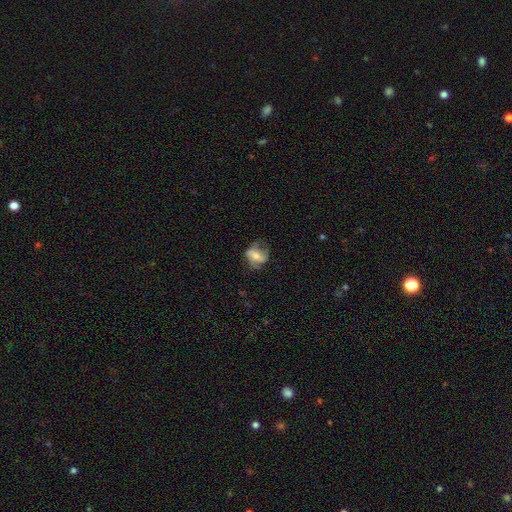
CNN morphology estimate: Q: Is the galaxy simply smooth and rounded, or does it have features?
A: featured or disk — 57%.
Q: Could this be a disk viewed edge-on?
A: no — 94%.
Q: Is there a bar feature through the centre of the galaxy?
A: no — 35%.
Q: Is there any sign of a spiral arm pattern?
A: yes — 76%.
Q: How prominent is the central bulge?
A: moderate — 49%.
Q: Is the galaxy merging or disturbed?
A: none — 57%.